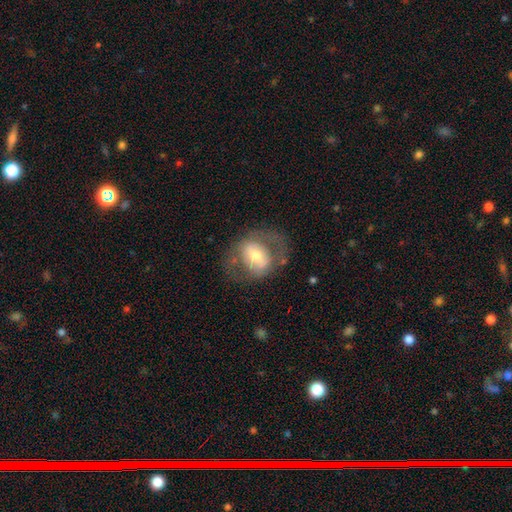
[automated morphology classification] This appears to be a featured or disk galaxy (53%). Merging: none (59%).